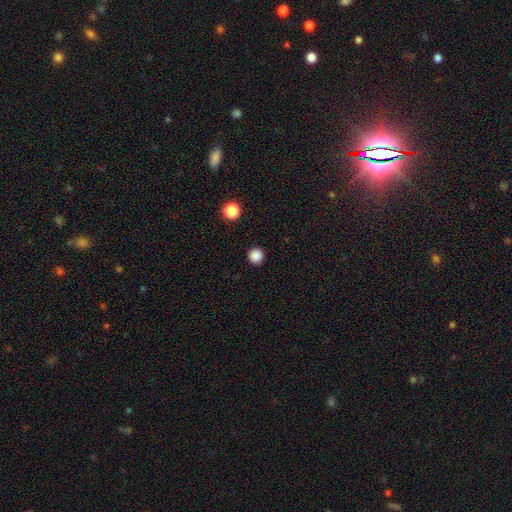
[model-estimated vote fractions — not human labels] Overall: smooth (86%). How rounded: round (96%). Merging: none (93%).